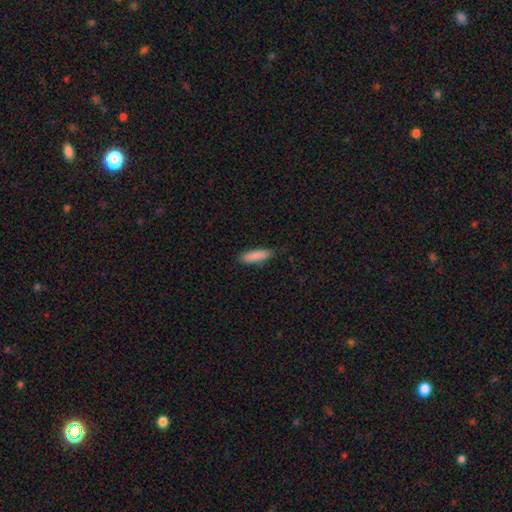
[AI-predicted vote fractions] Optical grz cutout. It shows a smooth galaxy with no disk features (87%) that is cigar-shaped (62%). Merging: none (82%).